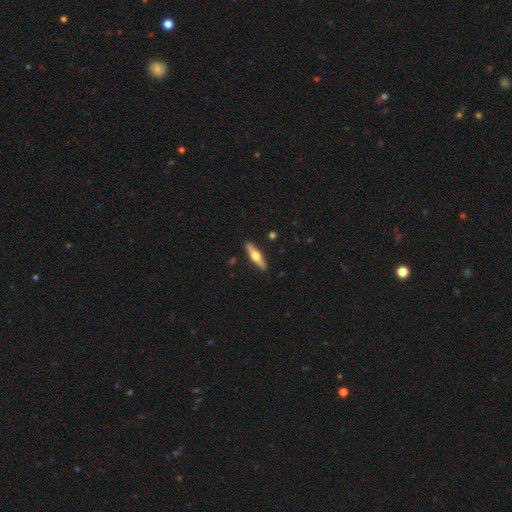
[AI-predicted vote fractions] smooth-or-featured: featured or disk: 54% | smooth: 41% | star or artifact: 5%
  disk-edge-on: yes: 93% | no: 7%
  merging: none: 90% | minor disturbance: 7% | major disturbance: 2% | merger: 1%